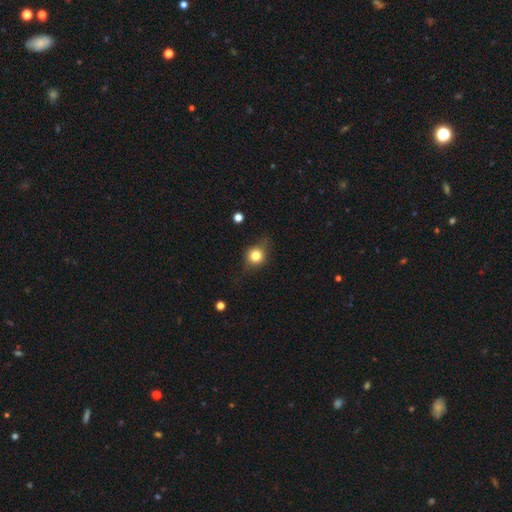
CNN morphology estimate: Q: Smooth or featured?
A: smooth (70%); runner-up: featured or disk (19%)
Q: How rounded?
A: round (77%); runner-up: in between (21%)
Q: Merging?
A: none (68%); runner-up: minor disturbance (23%)